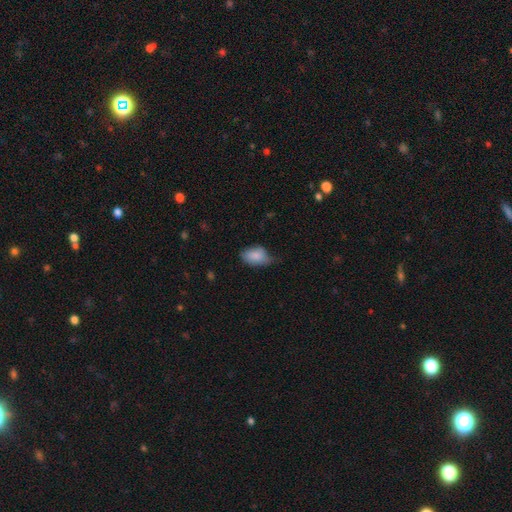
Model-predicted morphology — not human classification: A smooth galaxy with no disk features (84%) that is in between round and cigar-shaped (87%). Merging: minor disturbance (45%).